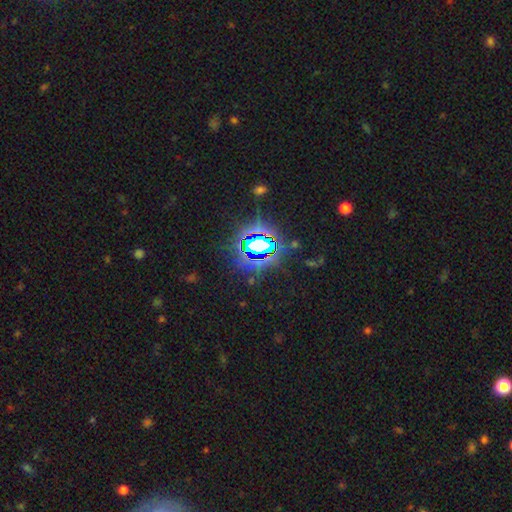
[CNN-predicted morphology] star or artifact 84%, smooth 10%, featured or disk 6%.